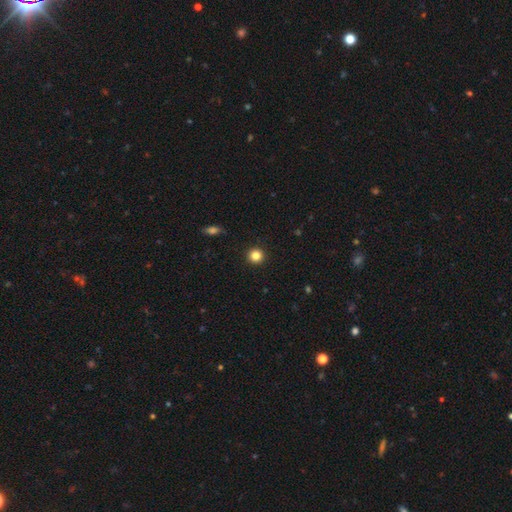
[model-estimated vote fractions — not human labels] Morphology: type=smooth (84%); roundness=round (95%); merging=none (93%).